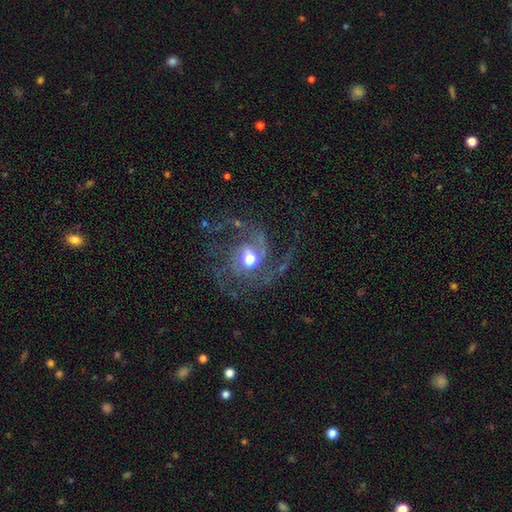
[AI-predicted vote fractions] Overall: featured or disk (84%). Edge-on disk: no (98%). Bar: no (65%; weak 27%). Spiral arms: yes (95%). Spiral arm count: 2 (37%; 3 31%). Spiral winding: medium (50%; tight 27%). Bulge size: moderate (67%). Merging: none (63%).